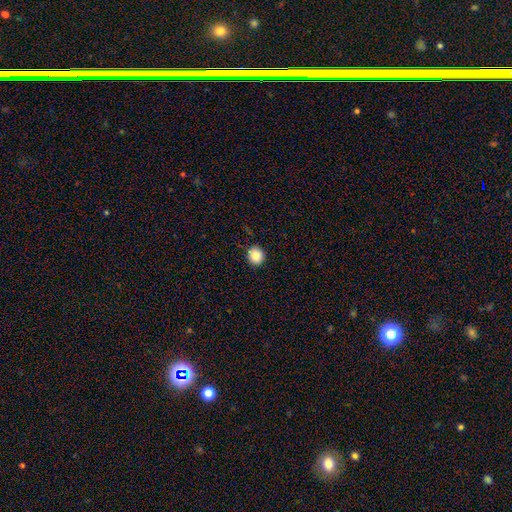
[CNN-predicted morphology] smooth_or_featured: smooth (p=0.86) [alt: star or artifact p=0.09]
how_rounded: round (p=0.90) [alt: in between p=0.09]
merging: none (p=0.91) [alt: minor disturbance p=0.06]